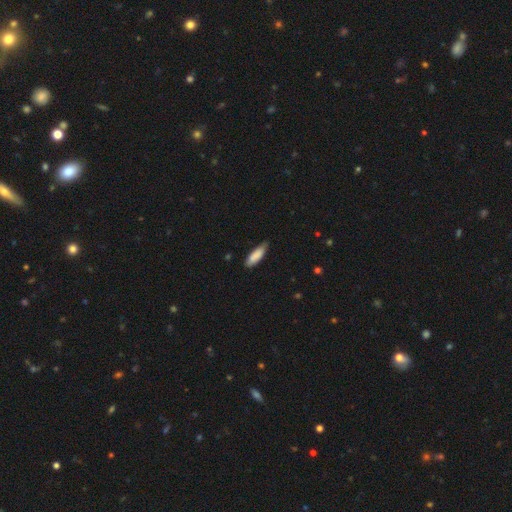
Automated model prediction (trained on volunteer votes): This is clearly a smooth galaxy (86%). How rounded: possibly in between (50%). Merging: likely none (70%).